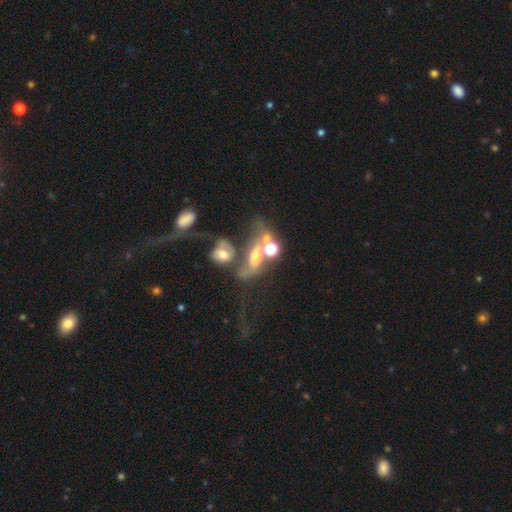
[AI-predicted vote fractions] Smooth or featured: featured or disk — 48% (smooth — 34%)
Merging: merger — 57% (major disturbance — 21%)